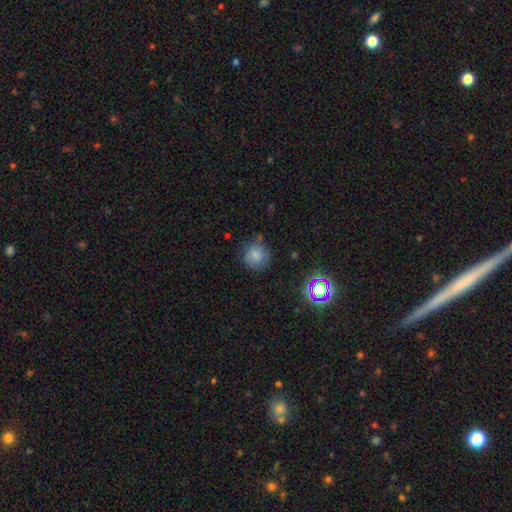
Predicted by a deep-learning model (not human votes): This is likely a smooth galaxy (79%). How rounded: clearly round (89%). Merging: likely none (75%).